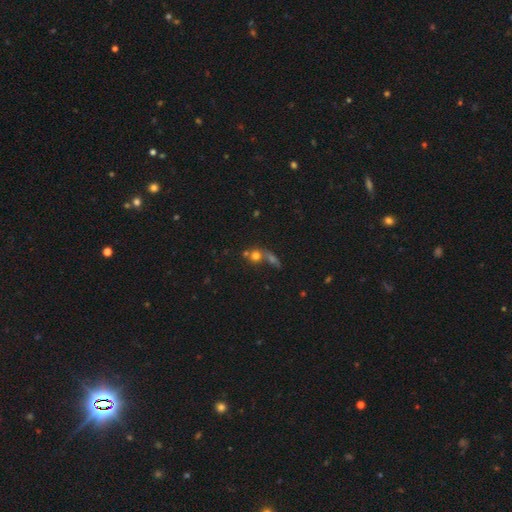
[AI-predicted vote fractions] A smooth galaxy with no disk features (65%) that is round (82%). Merging: merger (49%).